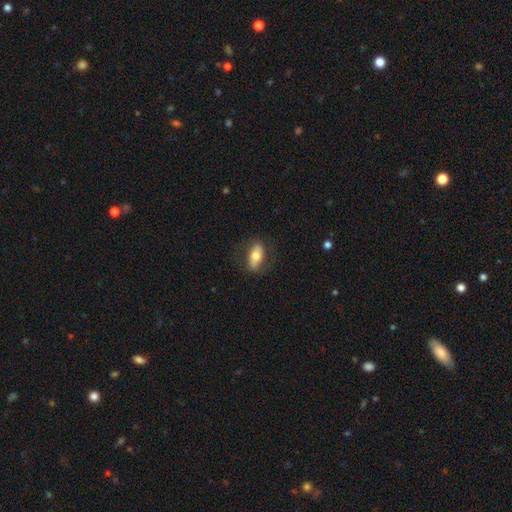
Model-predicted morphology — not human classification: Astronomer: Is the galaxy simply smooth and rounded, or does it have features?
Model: smooth — 64%.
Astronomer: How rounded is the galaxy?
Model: in between — 79%.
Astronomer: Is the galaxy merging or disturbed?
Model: none — 79%.